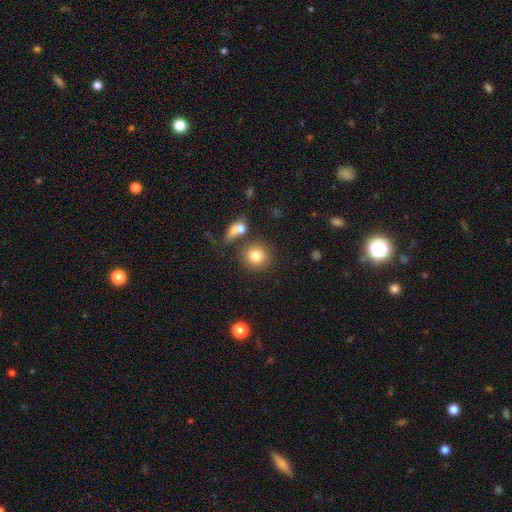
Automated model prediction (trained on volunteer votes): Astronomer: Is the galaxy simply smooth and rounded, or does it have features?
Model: smooth — 80%.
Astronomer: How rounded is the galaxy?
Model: round — 89%.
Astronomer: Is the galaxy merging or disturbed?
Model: none — 74%.